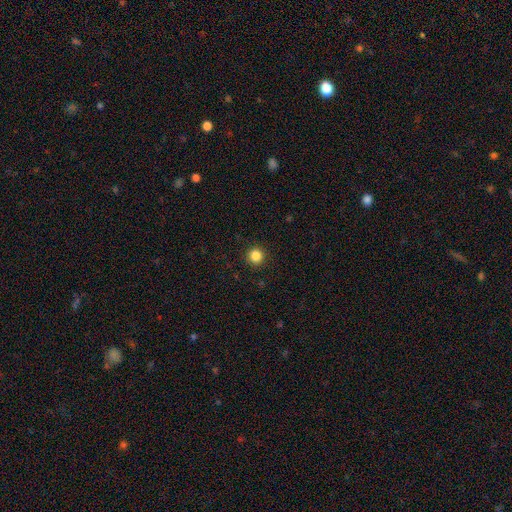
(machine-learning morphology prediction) type=smooth (85%); roundness=round (94%); merging=none (92%).